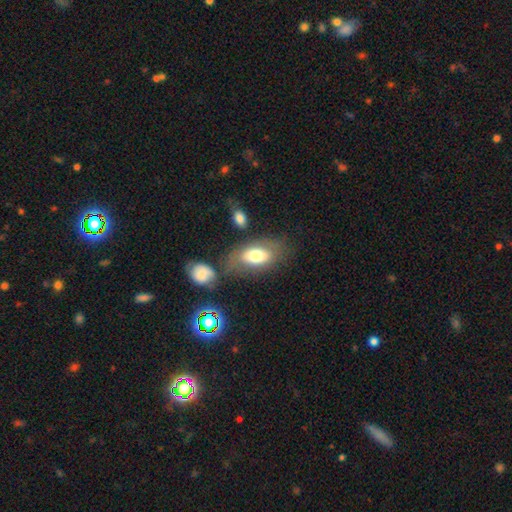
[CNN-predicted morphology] smooth_or_featured: smooth (p=0.69) [alt: featured or disk p=0.23]
how_rounded: in between (p=0.90) [alt: round p=0.06]
merging: none (p=0.60) [alt: minor disturbance p=0.18]